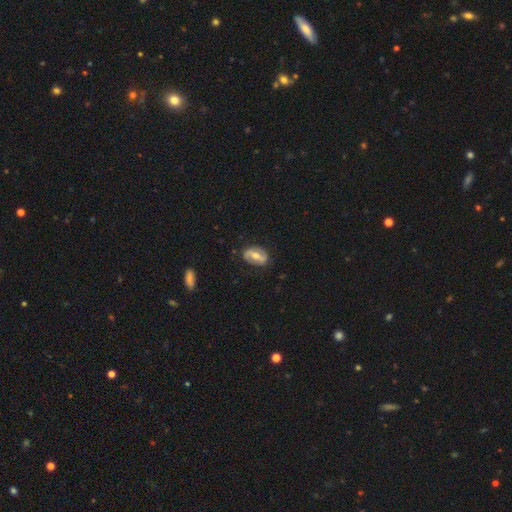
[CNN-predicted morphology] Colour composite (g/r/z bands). It shows a featured or disk galaxy (59%) with a strong bar (44%), spiral arms (61%) and a moderate central bulge (72%). Merging: none (81%).